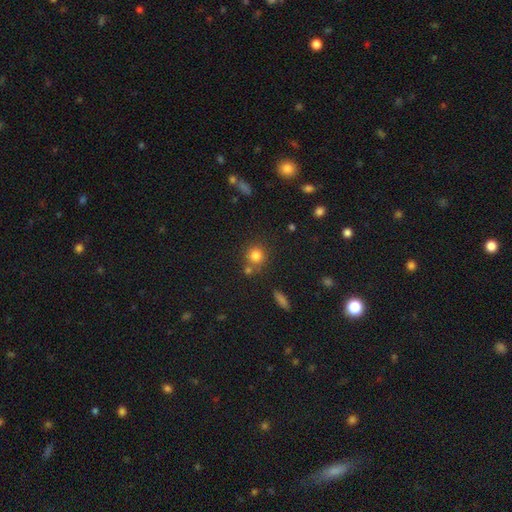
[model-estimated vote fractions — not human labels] The model was most divided on "merging": none: 68%, merger: 18%, minor disturbance: 10%, major disturbance: 4%. More confident: how rounded — round (88%); smooth or featured — smooth (80%).